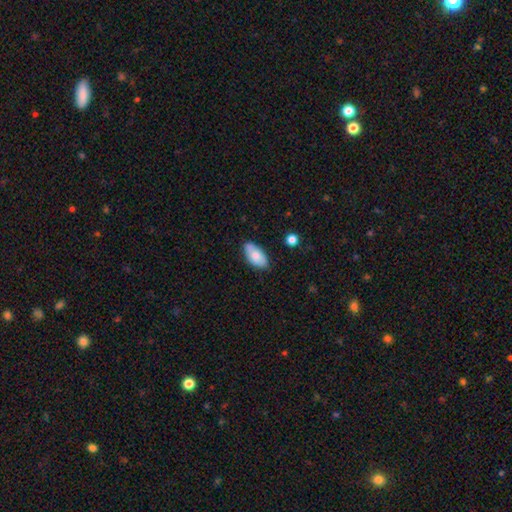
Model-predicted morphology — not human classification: Smooth or featured? Predicted: smooth (p=0.79). How rounded? Predicted: in between (p=0.93). Merging? Predicted: none (p=0.75).